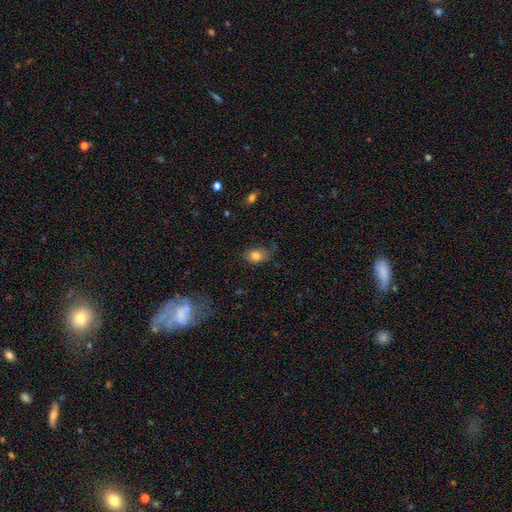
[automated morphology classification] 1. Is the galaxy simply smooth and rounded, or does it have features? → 82% smooth, 10% star or artifact, 9% featured or disk.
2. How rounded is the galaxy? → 70% in between, 28% round, 1% cigar-shaped.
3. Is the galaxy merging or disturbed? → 61% none, 27% minor disturbance, 10% major disturbance, 2% merger.